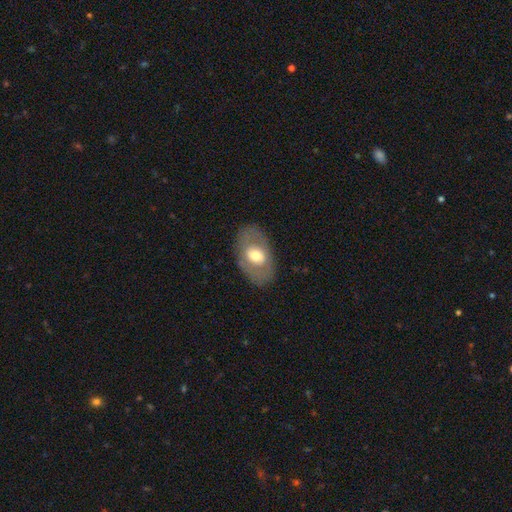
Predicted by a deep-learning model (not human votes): Morphology: type=smooth (52%); roundness=in between (86%); merging=none (80%).